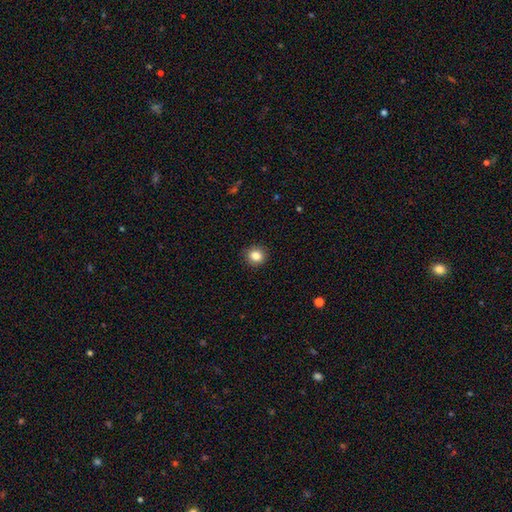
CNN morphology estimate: A smooth galaxy with no disk features (84%) that is round (86%). Merging: none (91%).